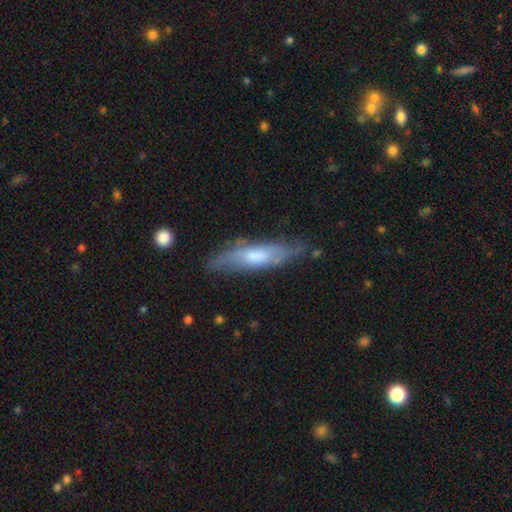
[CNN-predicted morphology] Overall: featured or disk (52%; smooth 42%). Edge-on disk: yes (51%; no 49%). Merging: none (67%).